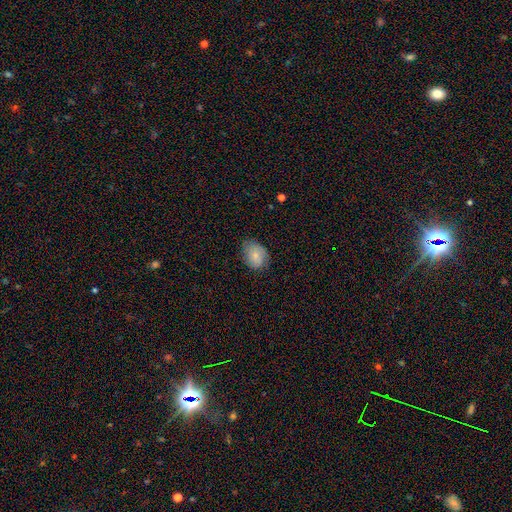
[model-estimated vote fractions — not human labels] This appears to be a smooth galaxy with no disk features (78%) that is in between round and cigar-shaped (67%). Merging: none (68%).